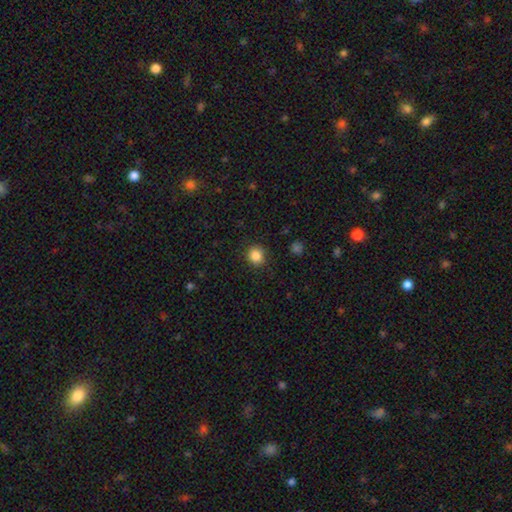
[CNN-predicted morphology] Smooth or featured?
  - smooth: 86% *
  - star or artifact: 10%
  - featured or disk: 4%
How rounded?
  - round: 84% *
  - in between: 15%
  - cigar-shaped: 1%
Merging?
  - none: 89% *
  - minor disturbance: 7%
  - major disturbance: 2%
  - merger: 1%